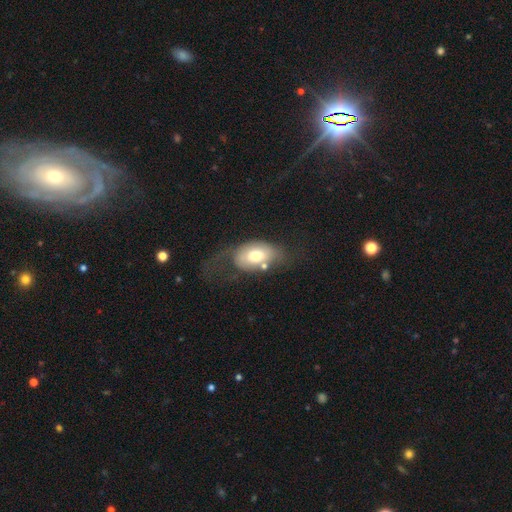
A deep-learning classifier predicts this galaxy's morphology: This is likely a smooth galaxy (62%). How rounded: clearly in between (89%). Merging: marginally major disturbance (34%).